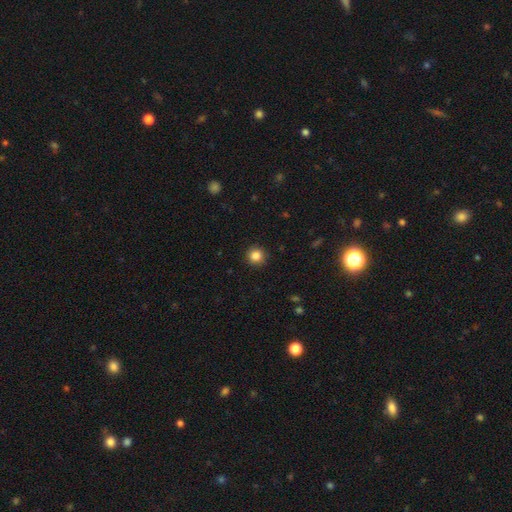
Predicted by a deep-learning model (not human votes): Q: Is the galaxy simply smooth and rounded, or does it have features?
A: smooth — 84%.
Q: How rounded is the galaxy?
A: round — 95%.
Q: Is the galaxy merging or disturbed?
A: none — 92%.